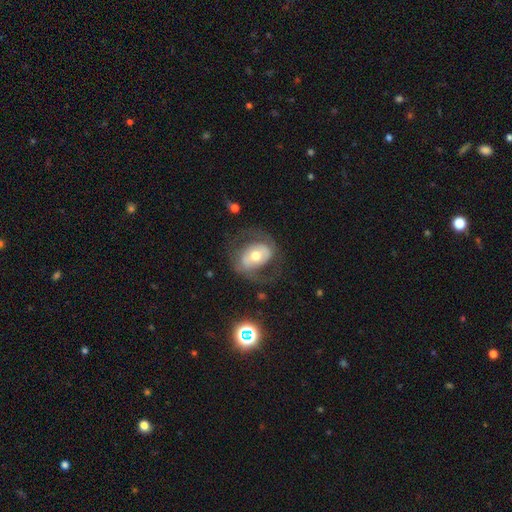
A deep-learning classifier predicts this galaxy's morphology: A featured or disk galaxy (67%) with no bar (49%), spiral arms (67%) and a moderate central bulge (69%). Merging: none (59%).